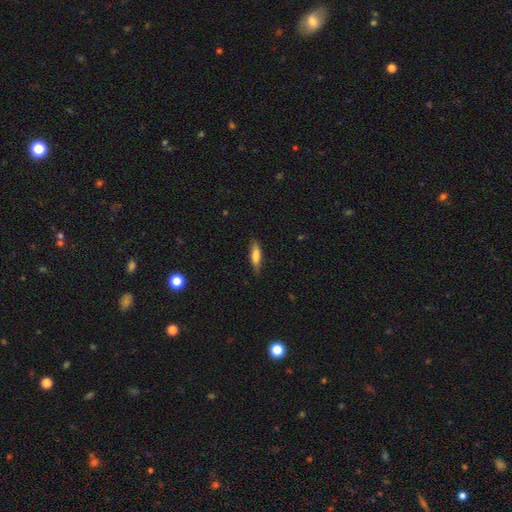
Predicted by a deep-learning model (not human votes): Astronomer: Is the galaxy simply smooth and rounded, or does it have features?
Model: smooth — 66%.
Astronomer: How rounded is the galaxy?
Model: cigar-shaped — 63%.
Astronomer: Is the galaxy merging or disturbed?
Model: none — 77%.